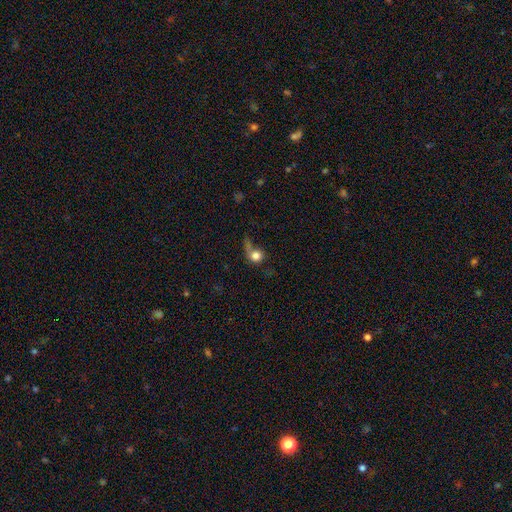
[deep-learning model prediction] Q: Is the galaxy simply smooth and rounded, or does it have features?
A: smooth — 73%.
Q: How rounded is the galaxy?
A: round — 77%.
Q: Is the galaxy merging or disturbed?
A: major disturbance — 36%.